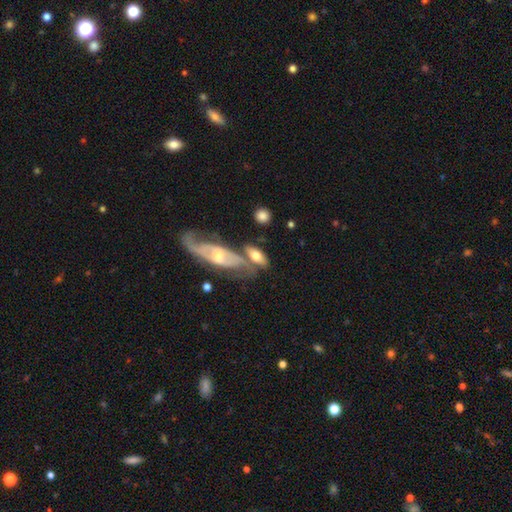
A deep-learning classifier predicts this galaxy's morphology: This appears to be a smooth galaxy with no disk features (56%) that is in between round and cigar-shaped (78%). Merging: none (40%).